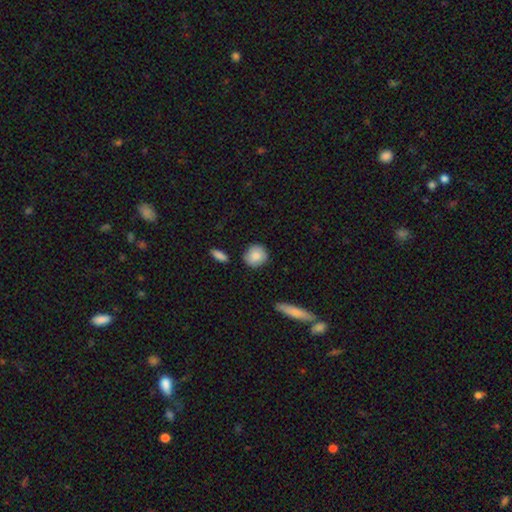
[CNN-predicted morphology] Q: Smooth or featured?
A: smooth (86%); runner-up: featured or disk (8%)
Q: How rounded?
A: round (79%); runner-up: in between (20%)
Q: Merging?
A: none (83%); runner-up: minor disturbance (12%)